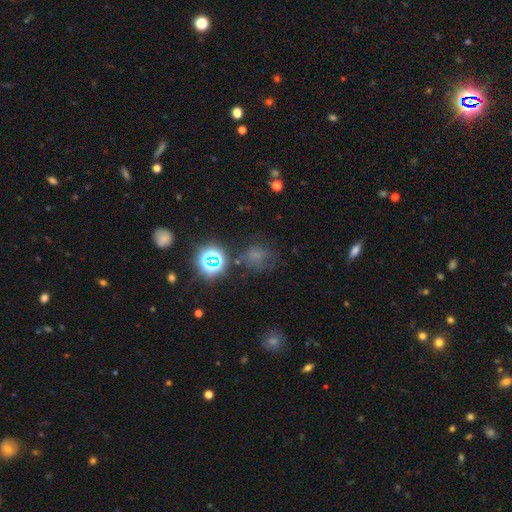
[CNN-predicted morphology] type=smooth (50%); merging=none (53%).